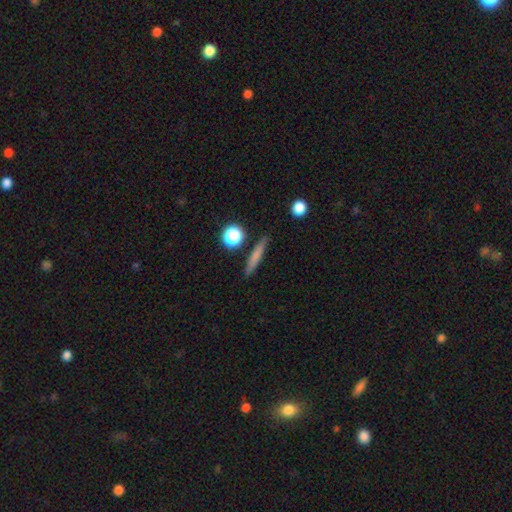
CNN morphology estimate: smooth-or-featured: smooth: 66% | featured or disk: 25% | star or artifact: 9%
  how-rounded: cigar-shaped: 87% | in between: 7% | round: 6%
  merging: none: 86% | minor disturbance: 9% | merger: 3% | major disturbance: 2%